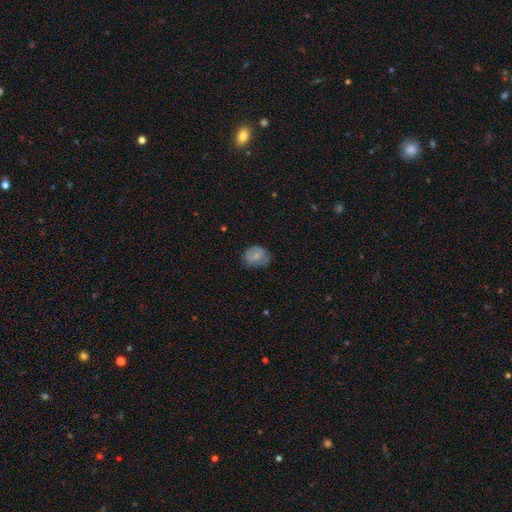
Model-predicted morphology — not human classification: smooth_or_featured: smooth (p=0.73) [alt: featured or disk p=0.18]
how_rounded: in between (p=0.53) [alt: round p=0.45]
merging: none (p=0.63) [alt: minor disturbance p=0.26]